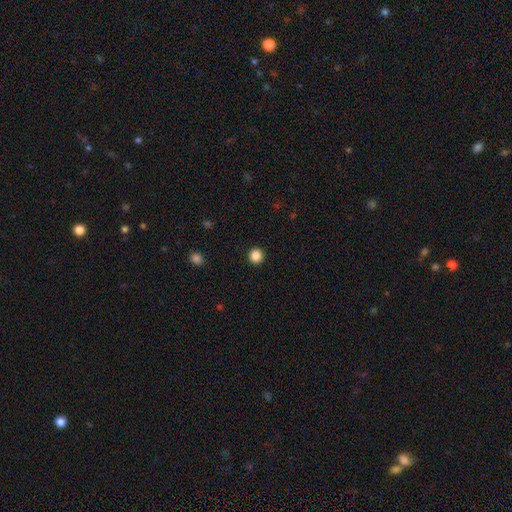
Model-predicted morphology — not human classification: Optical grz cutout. It shows a smooth galaxy with no disk features (87%) that is round (95%). Merging: none (93%).